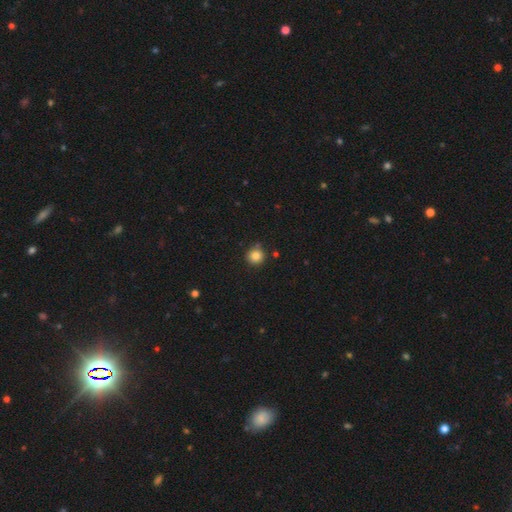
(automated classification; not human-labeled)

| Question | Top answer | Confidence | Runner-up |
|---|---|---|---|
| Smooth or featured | smooth | 84% | star or artifact (11%) |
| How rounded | round | 94% | in between (5%) |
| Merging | none | 86% | minor disturbance (8%) |